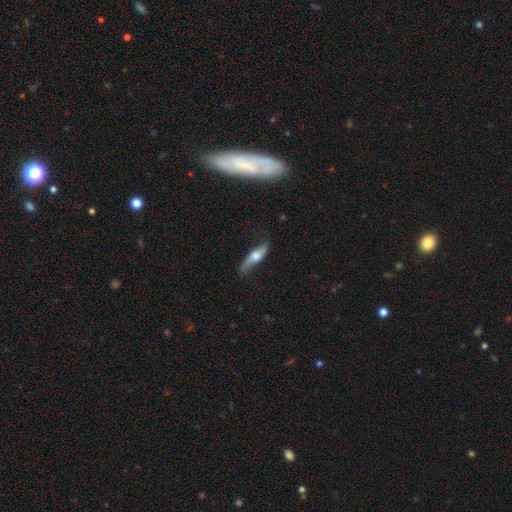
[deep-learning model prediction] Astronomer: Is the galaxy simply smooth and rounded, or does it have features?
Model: featured or disk — 50% (runner-up: smooth, 43%).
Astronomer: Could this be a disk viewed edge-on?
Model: yes — 63%.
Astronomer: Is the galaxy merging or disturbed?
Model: none — 69%.